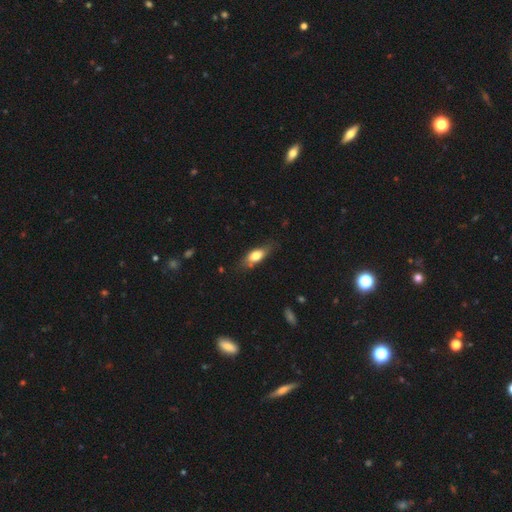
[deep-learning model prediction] smooth_or_featured: smooth (p=0.73) [alt: featured or disk p=0.20]
how_rounded: in between (p=0.76) [alt: cigar-shaped p=0.19]
merging: none (p=0.69) [alt: minor disturbance p=0.23]